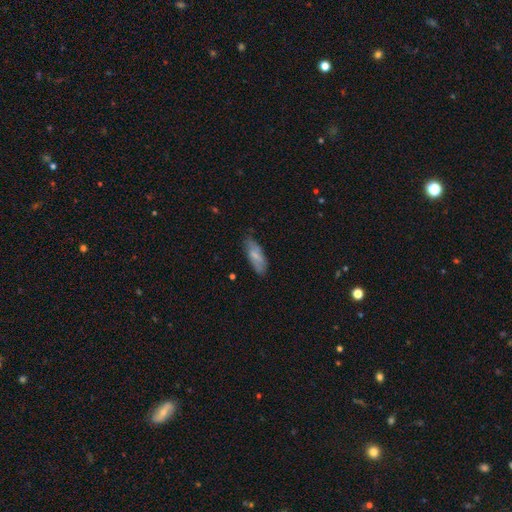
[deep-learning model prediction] A smooth galaxy with no disk features (69%) that is in between round and cigar-shaped (69%).

Vote fractions:
- Smooth or featured? smooth: 69% / featured or disk: 25% / star or artifact: 6%
- How rounded? in between: 69% / cigar-shaped: 29% / round: 2%
- Merging? none: 73% / minor disturbance: 21% / major disturbance: 4% / merger: 2%